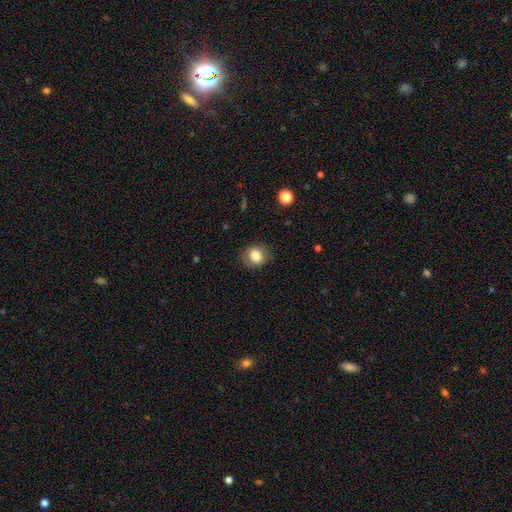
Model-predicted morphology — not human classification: Smooth or featured? Predicted: smooth (p=0.83). How rounded? Predicted: round (p=0.65). Merging? Predicted: none (p=0.81).